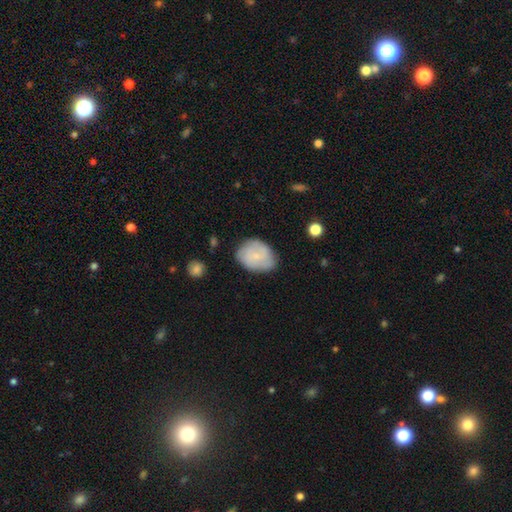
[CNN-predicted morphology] Smooth or featured? Predicted: smooth (p=0.51). How rounded? Predicted: in between (p=0.63). Merging? Predicted: none (p=0.67).